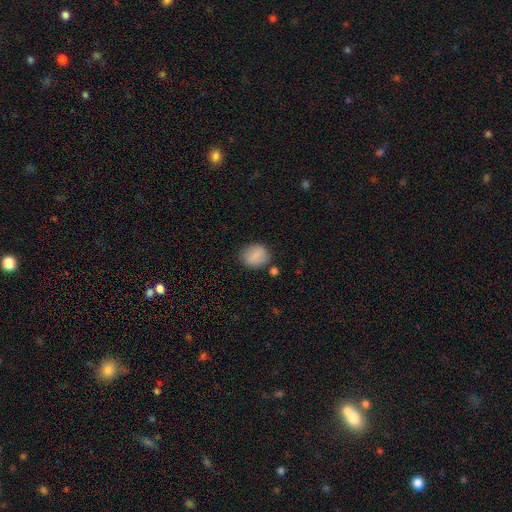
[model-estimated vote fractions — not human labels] A smooth galaxy with no disk features (84%) that is round (63%). Merging: none (75%).